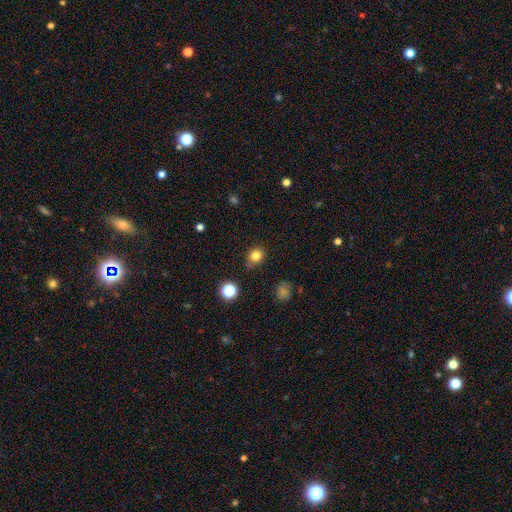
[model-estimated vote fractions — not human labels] Overall: smooth (81%). How rounded: round (74%). Merging: none (77%).